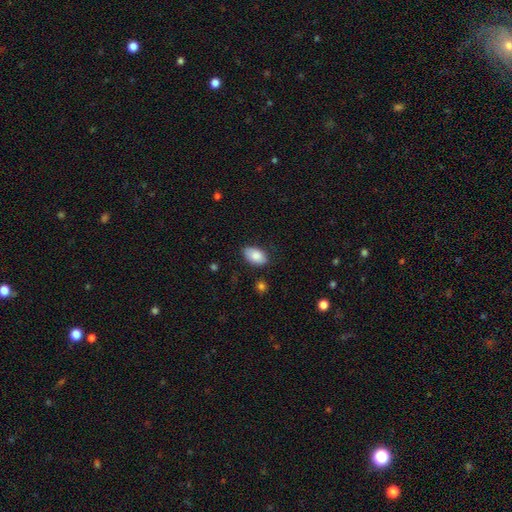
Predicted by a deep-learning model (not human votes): Smooth or featured?
  - smooth: 86% *
  - featured or disk: 7%
  - star or artifact: 7%
How rounded?
  - in between: 92% *
  - round: 6%
  - cigar-shaped: 1%
Merging?
  - none: 80% *
  - minor disturbance: 16%
  - major disturbance: 3%
  - merger: 2%